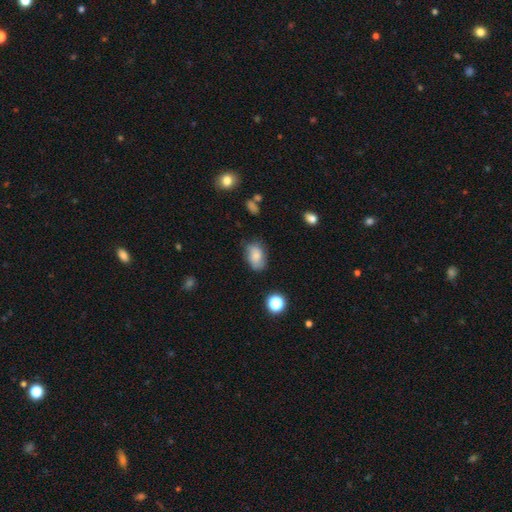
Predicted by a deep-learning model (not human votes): A smooth galaxy with no disk features (76%) that is in between round and cigar-shaped (85%).

Vote fractions:
- Smooth or featured? smooth: 76% / featured or disk: 15% / star or artifact: 10%
- How rounded? in between: 85% / round: 13% / cigar-shaped: 1%
- Merging? none: 66% / minor disturbance: 25% / major disturbance: 7% / merger: 2%